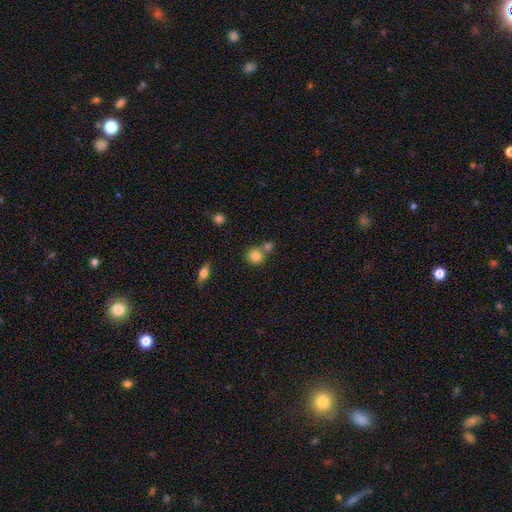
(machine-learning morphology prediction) This is clearly a smooth galaxy (82%). How rounded: clearly round (89%). Merging: possibly none (57%).